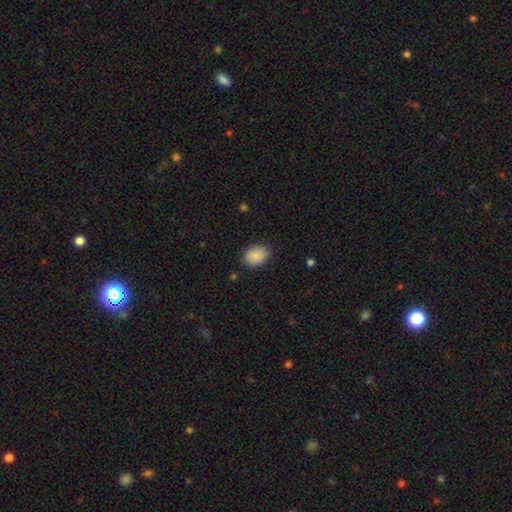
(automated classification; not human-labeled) smooth 88%, star or artifact 7%, featured or disk 4%. Down the decision tree: how rounded — in between (73%); merging — none (83%).